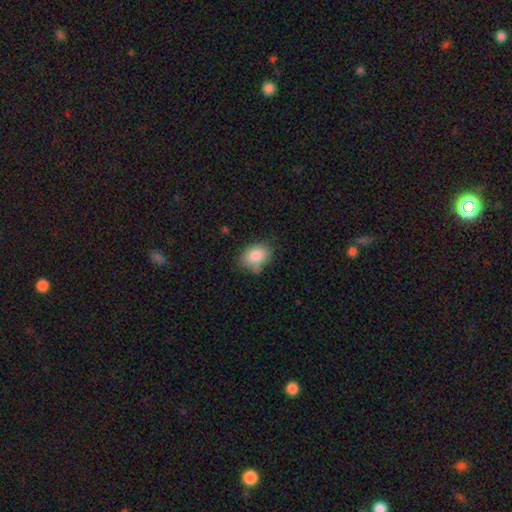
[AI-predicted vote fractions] Smooth or featured?
  - smooth: 85% *
  - star or artifact: 8%
  - featured or disk: 7%
How rounded?
  - in between: 72% *
  - round: 27%
  - cigar-shaped: 1%
Merging?
  - none: 66% *
  - minor disturbance: 24%
  - major disturbance: 5%
  - merger: 4%